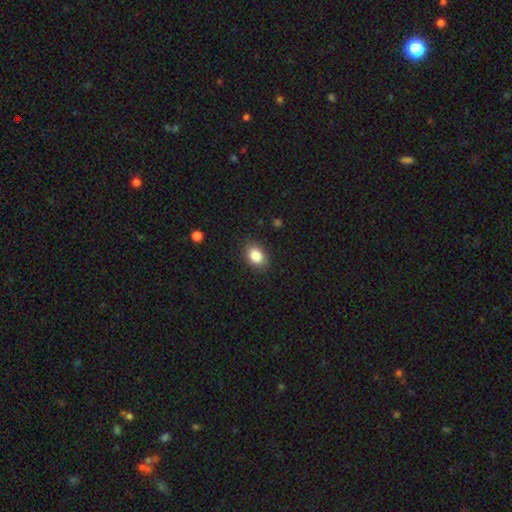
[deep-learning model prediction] smooth-or-featured: smooth: 85% | star or artifact: 9% | featured or disk: 6%
  how-rounded: in between: 74% | round: 24% | cigar-shaped: 1%
  merging: none: 87% | minor disturbance: 9% | major disturbance: 2% | merger: 1%